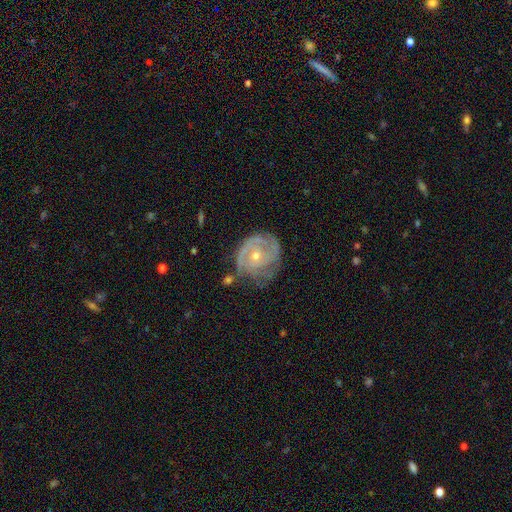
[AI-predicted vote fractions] A featured or disk galaxy (80%) with no bar (73%), tight (66%) spiral arms (88%) and a small central bulge (56%). Merging: none (60%).